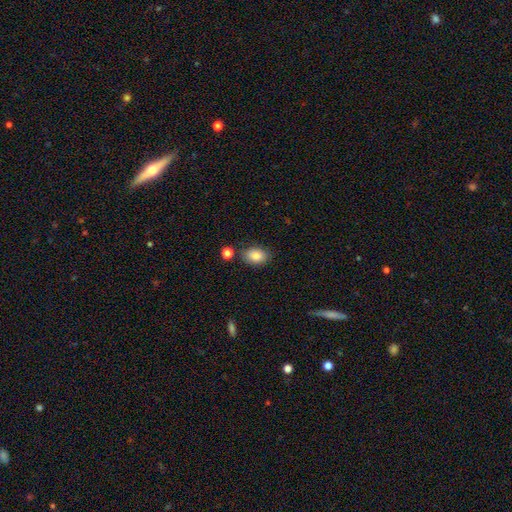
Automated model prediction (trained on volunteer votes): This is clearly a smooth galaxy (86%). How rounded: clearly in between (85%). Merging: likely none (78%).